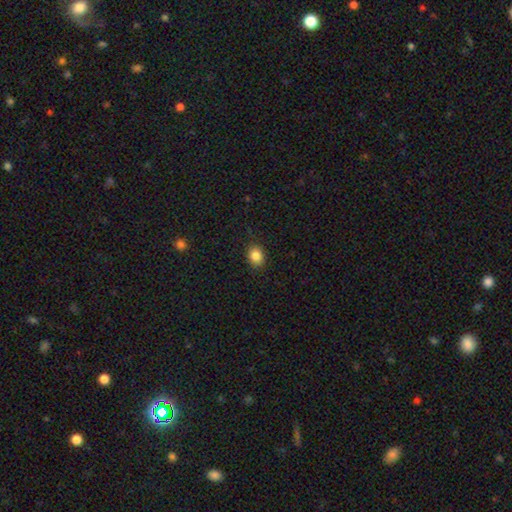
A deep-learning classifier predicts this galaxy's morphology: smooth_or_featured: smooth (p=0.85) [alt: star or artifact p=0.10]
how_rounded: round (p=0.52) [alt: in between p=0.47]
merging: none (p=0.87) [alt: minor disturbance p=0.09]